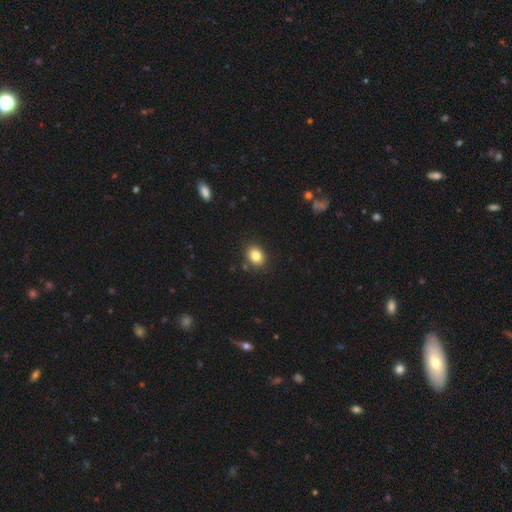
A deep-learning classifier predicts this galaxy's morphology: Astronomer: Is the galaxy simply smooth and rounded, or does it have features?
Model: smooth — 83%.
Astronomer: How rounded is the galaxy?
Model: in between — 61% (runner-up: round, 38%).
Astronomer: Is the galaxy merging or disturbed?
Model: none — 86%.